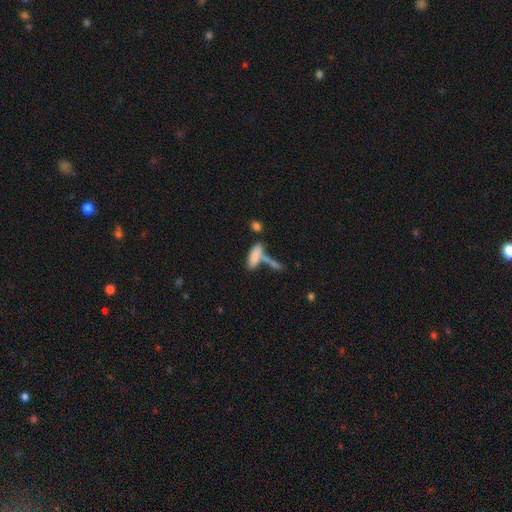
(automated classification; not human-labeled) smooth 80%, featured or disk 13%, star or artifact 8%. Down the decision tree: how rounded — in between (58%); merging — merger (41%).